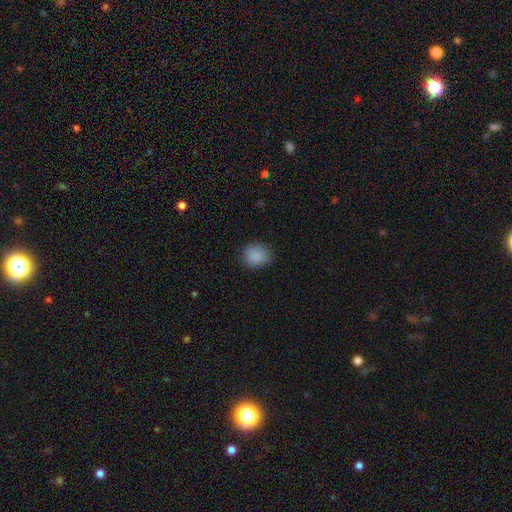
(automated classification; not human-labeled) Smooth or featured? Predicted: smooth (p=0.87). How rounded? Predicted: round (p=0.71). Merging? Predicted: none (p=0.82).